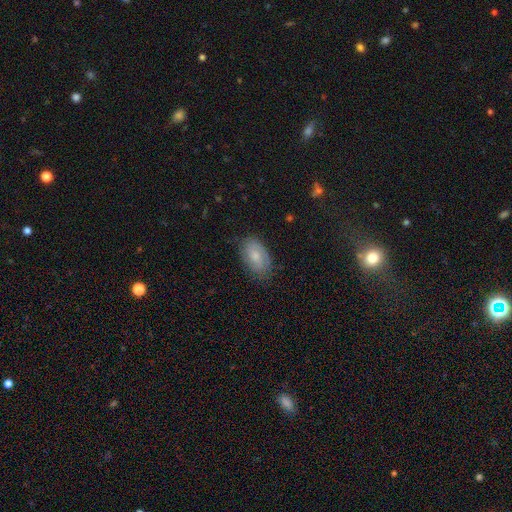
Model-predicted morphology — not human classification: A smooth galaxy with no disk features (64%) that is in between round and cigar-shaped (92%). Merging: none (73%).